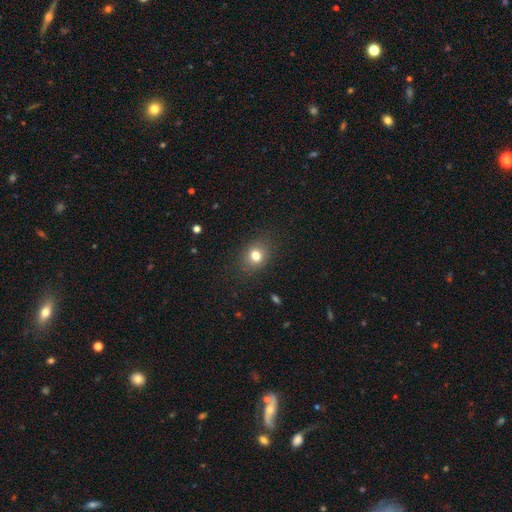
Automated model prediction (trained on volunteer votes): smooth-or-featured: smooth: 77% | star or artifact: 13% | featured or disk: 9%
  how-rounded: round: 61% | in between: 38% | cigar-shaped: 1%
  merging: none: 85% | minor disturbance: 11% | major disturbance: 4% | merger: 1%